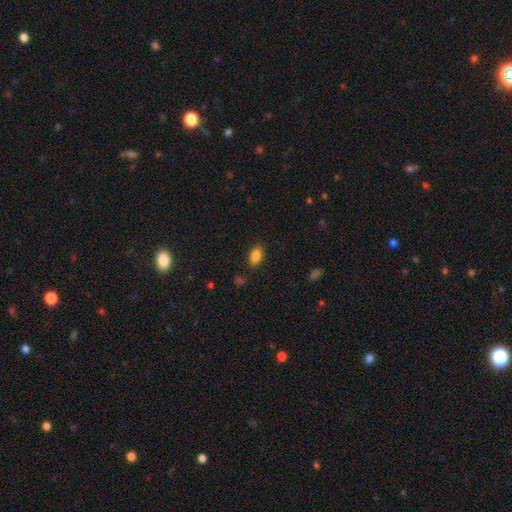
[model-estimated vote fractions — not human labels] A smooth galaxy with no disk features (87%) that is in between round and cigar-shaped (91%).

Vote fractions:
- Smooth or featured? smooth: 87% / star or artifact: 9% / featured or disk: 4%
- How rounded? in between: 91% / round: 7% / cigar-shaped: 3%
- Merging? none: 85% / minor disturbance: 11% / major disturbance: 3% / merger: 2%